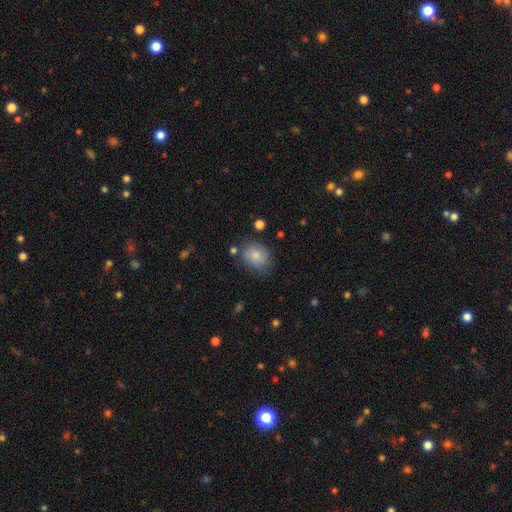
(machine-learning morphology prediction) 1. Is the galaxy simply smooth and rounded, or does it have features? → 81% smooth, 11% featured or disk, 8% star or artifact.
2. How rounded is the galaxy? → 53% in between, 46% round, 1% cigar-shaped.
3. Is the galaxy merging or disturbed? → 69% none, 21% minor disturbance, 6% major disturbance, 4% merger.